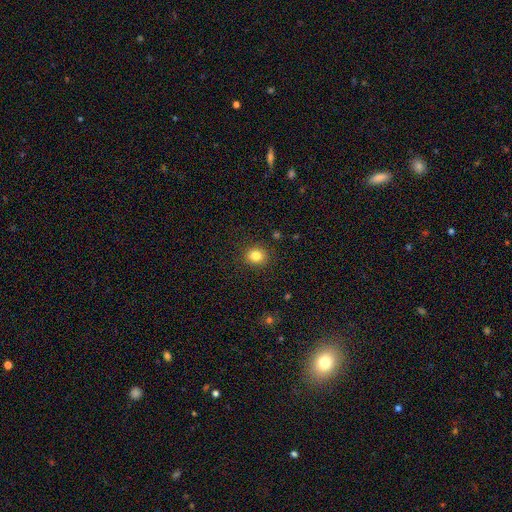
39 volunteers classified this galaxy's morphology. Smooth or featured? smooth (90%)
How rounded? round (86%)
Merging? none (92%)